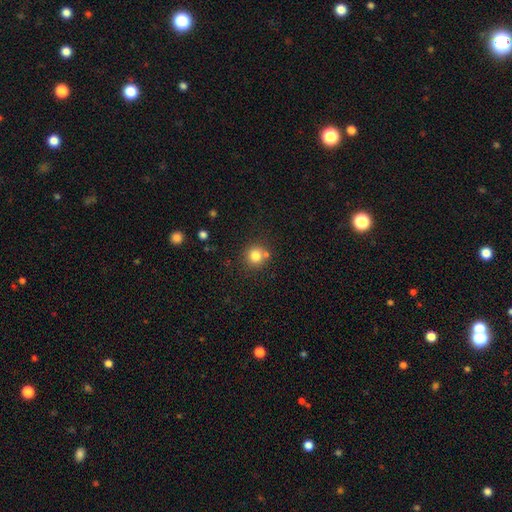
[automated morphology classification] smooth_or_featured: smooth (p=0.80) [alt: star or artifact p=0.12]
how_rounded: round (p=0.92) [alt: in between p=0.07]
merging: none (p=0.72) [alt: merger p=0.16]